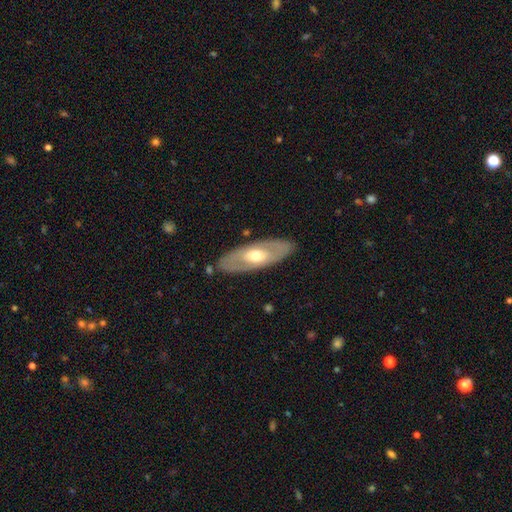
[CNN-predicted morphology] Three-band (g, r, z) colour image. It shows a featured or disk galaxy (58%). Merging: none (85%).